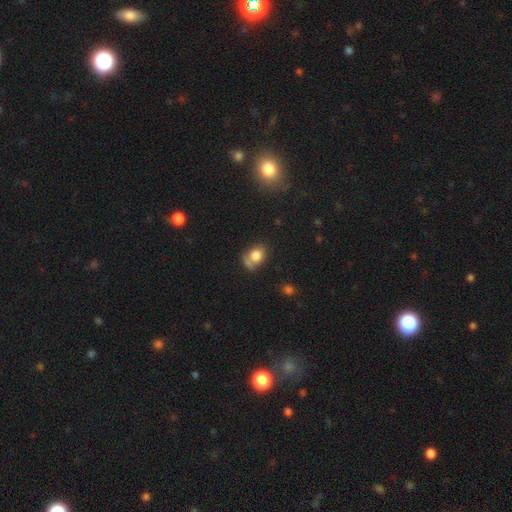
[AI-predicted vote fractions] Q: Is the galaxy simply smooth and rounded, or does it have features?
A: smooth — 77%.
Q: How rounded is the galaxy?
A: in between — 54%.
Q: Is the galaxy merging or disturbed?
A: none — 49%.